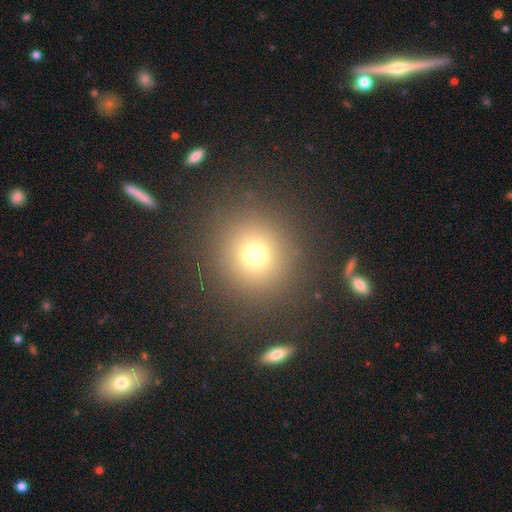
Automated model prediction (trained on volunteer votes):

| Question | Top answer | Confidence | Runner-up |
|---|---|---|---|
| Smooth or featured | smooth | 74% | star or artifact (17%) |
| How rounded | round | 90% | in between (9%) |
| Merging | none | 88% | minor disturbance (6%) |